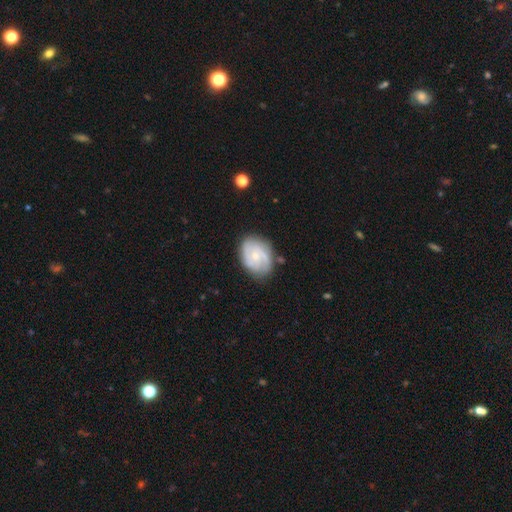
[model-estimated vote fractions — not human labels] Overall: featured or disk (71%). Edge-on disk: no (97%). Bar: no (67%; weak 29%). Spiral arms: yes (89%). Spiral arm count: 2 (39%; can't tell 26%). Spiral winding: tight (47%; medium 39%). Bulge size: small (65%; moderate 31%). Merging: none (73%).